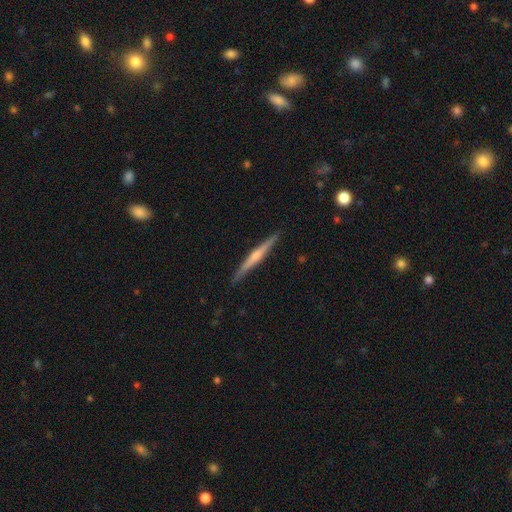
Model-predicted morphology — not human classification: smooth_or_featured: featured or disk (p=0.68) [alt: smooth p=0.27]
disk_edge_on: yes (p=0.98) [alt: no p=0.02]
edge_on_bulge: rounded (p=0.66) [alt: none p=0.24]
merging: none (p=0.91) [alt: minor disturbance p=0.07]